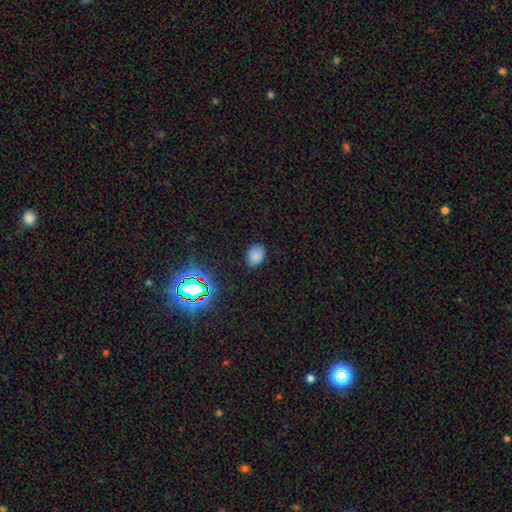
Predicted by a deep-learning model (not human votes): A smooth galaxy with no disk features (79%) that is in between round and cigar-shaped (78%). Merging: none (84%).